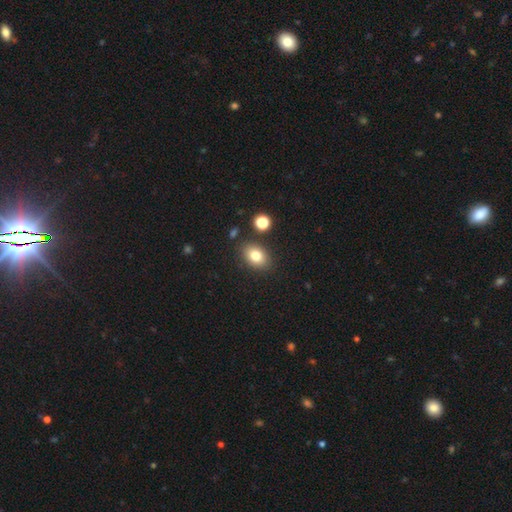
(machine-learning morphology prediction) Smooth or featured? smooth (80%)
How rounded? in between (74%)
Merging? none (84%)